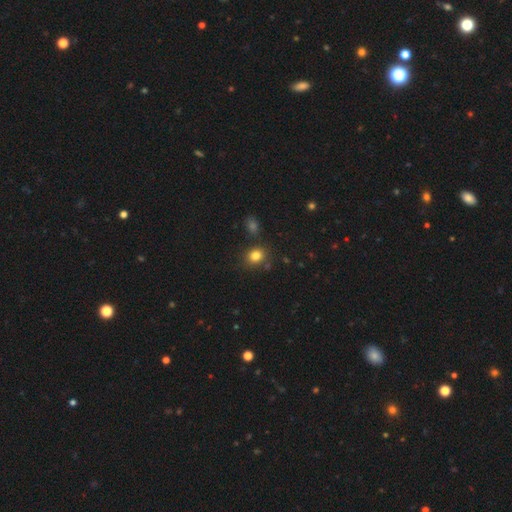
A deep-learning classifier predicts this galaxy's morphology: A smooth galaxy with no disk features (81%) that is round (63%). Merging: none (78%).